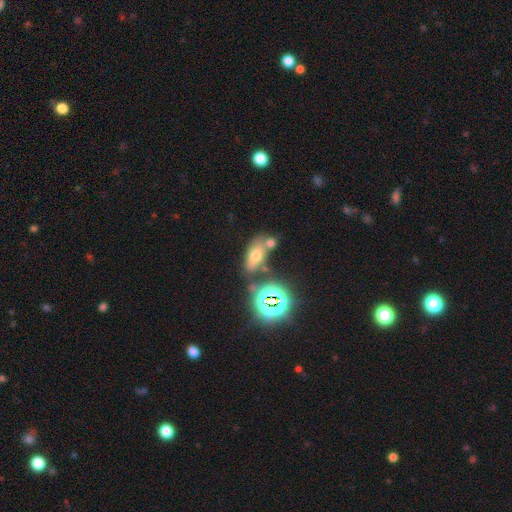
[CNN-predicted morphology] smooth_or_featured: smooth (p=0.52) [alt: star or artifact p=0.29]
how_rounded: in between (p=0.77) [alt: round p=0.13]
merging: none (p=0.59) [alt: merger p=0.21]